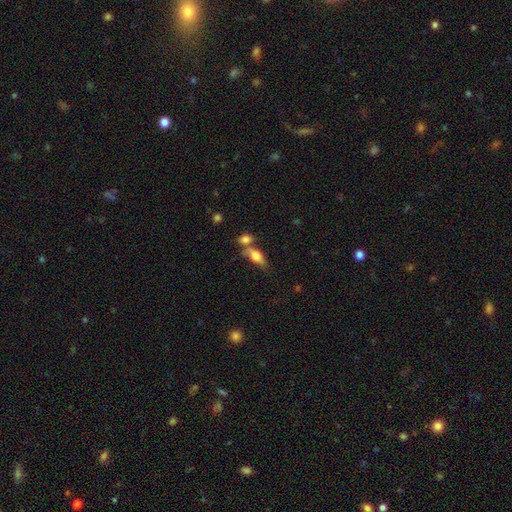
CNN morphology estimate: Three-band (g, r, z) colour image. It shows a smooth galaxy with no disk features (74%) that is in between round and cigar-shaped (80%). Merging: merger (41%).